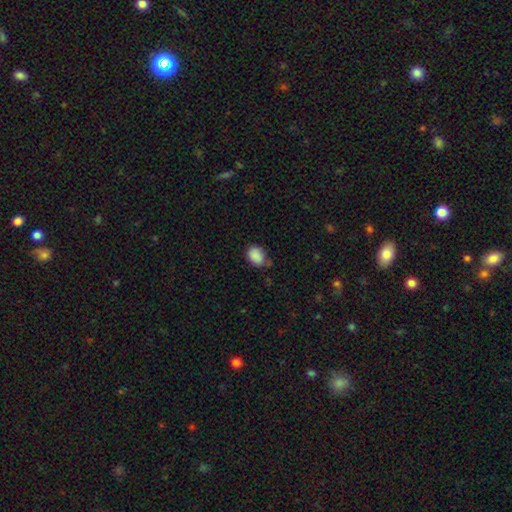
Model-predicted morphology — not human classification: Overall: smooth (87%). How rounded: in between (65%; round 34%). Merging: none (61%; minor disturbance 28%).